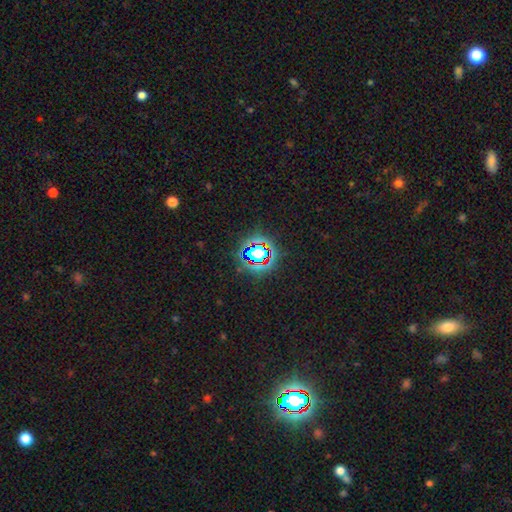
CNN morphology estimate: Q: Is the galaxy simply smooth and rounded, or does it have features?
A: star or artifact — 68%.